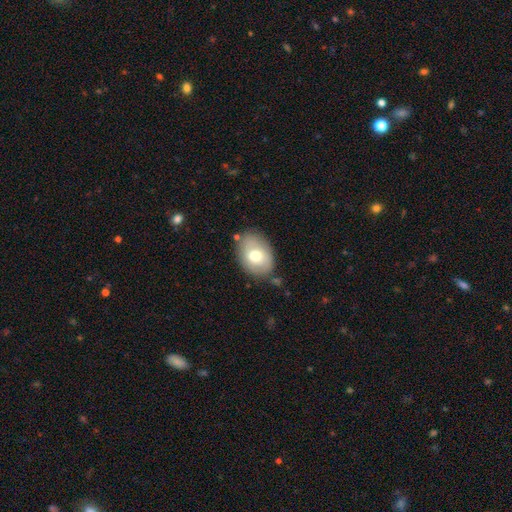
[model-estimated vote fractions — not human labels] Smooth or featured?
  - smooth: 67% *
  - featured or disk: 26%
  - star or artifact: 7%
How rounded?
  - in between: 75% *
  - round: 24%
  - cigar-shaped: 1%
Merging?
  - none: 74% *
  - minor disturbance: 18%
  - major disturbance: 4%
  - merger: 4%